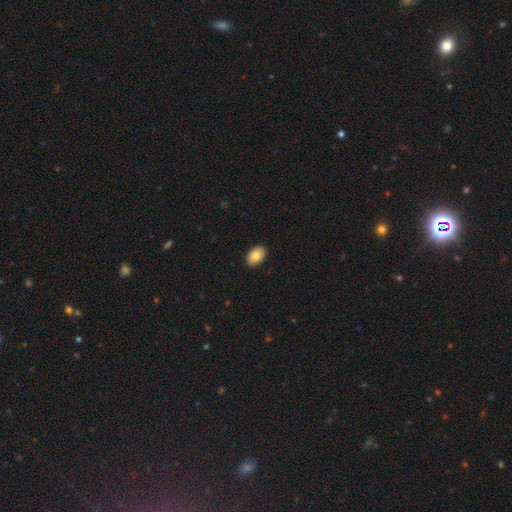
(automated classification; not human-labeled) A smooth galaxy with no disk features (87%) that is in between round and cigar-shaped (90%). Merging: none (89%).